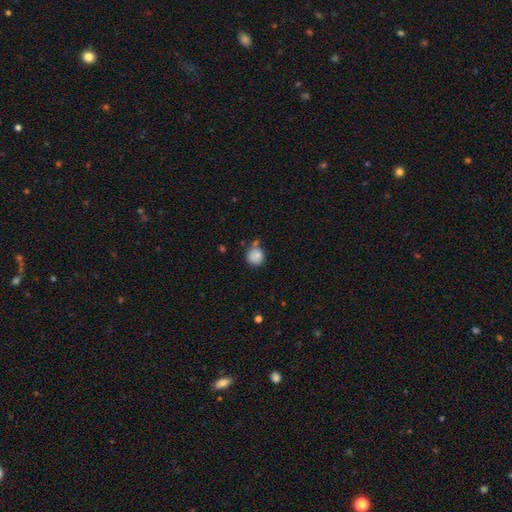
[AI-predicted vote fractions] smooth_or_featured: smooth (p=0.83) [alt: star or artifact p=0.09]
how_rounded: round (p=0.89) [alt: in between p=0.10]
merging: none (p=0.66) [alt: minor disturbance p=0.19]